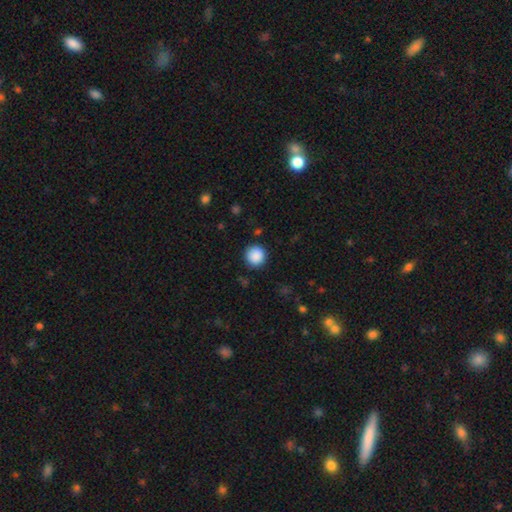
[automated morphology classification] This appears to be a smooth galaxy with no disk features (89%) that is round (95%). Merging: none (90%).